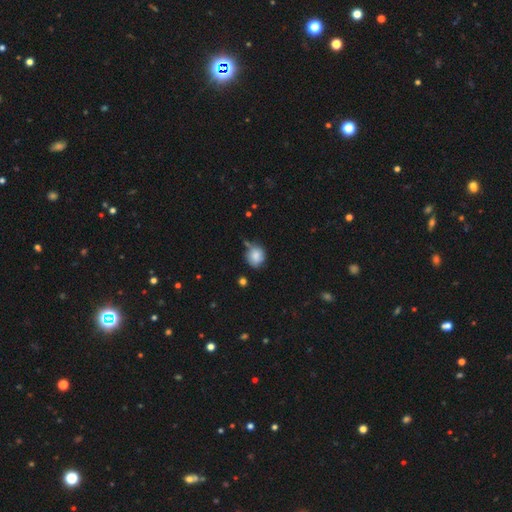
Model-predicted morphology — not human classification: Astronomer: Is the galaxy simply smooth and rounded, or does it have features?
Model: smooth — 82%.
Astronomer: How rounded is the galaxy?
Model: round — 78%.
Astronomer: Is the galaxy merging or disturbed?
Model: none — 58%.